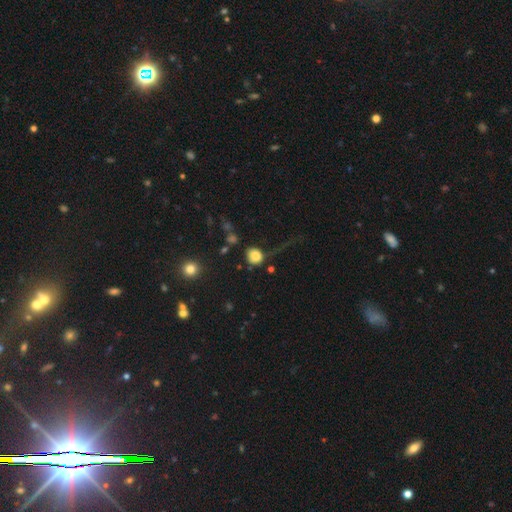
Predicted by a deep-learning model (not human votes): A smooth galaxy with no disk features (80%) that is round (77%). Merging: none (55%).